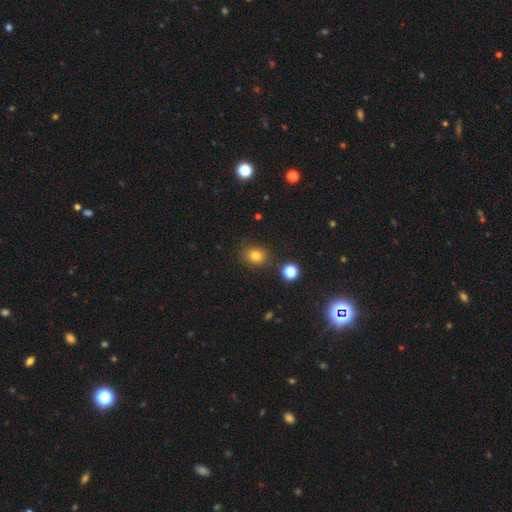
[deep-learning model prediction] Q: Smooth or featured?
A: smooth (79%); runner-up: star or artifact (14%)
Q: How rounded?
A: round (72%); runner-up: in between (27%)
Q: Merging?
A: none (82%); runner-up: minor disturbance (11%)